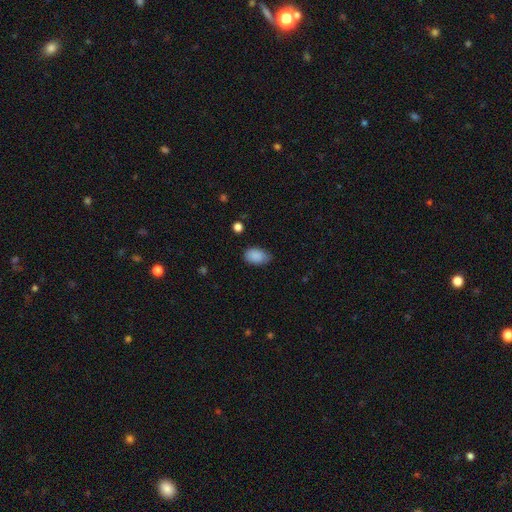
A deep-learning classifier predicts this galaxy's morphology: This is clearly a smooth galaxy (88%). How rounded: clearly in between (90%). Merging: likely none (69%).